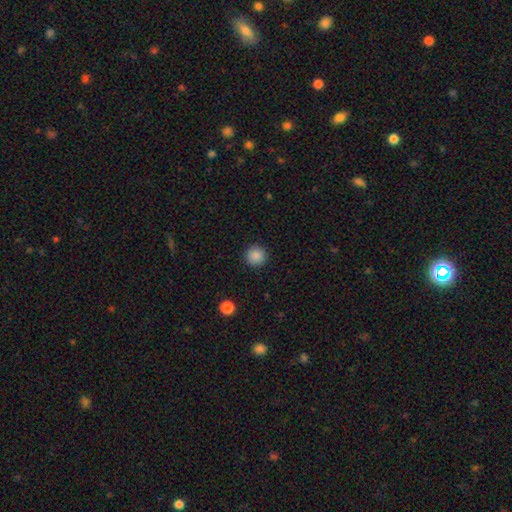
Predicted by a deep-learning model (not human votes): Smooth or featured? smooth (88%)
How rounded? round (95%)
Merging? none (92%)